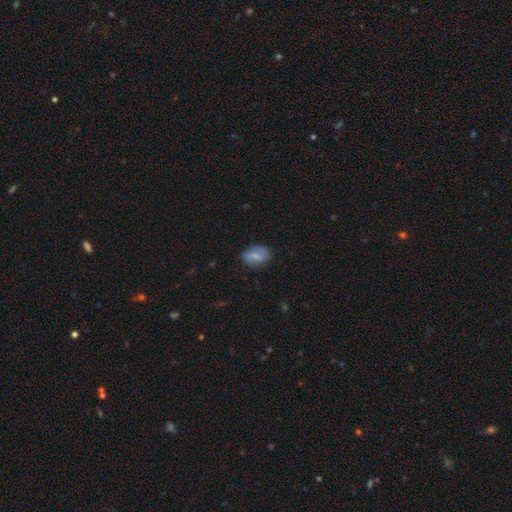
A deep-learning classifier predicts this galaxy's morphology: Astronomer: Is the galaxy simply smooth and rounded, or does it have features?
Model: smooth — 77%.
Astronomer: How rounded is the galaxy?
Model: in between — 87%.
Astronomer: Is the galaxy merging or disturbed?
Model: none — 79%.